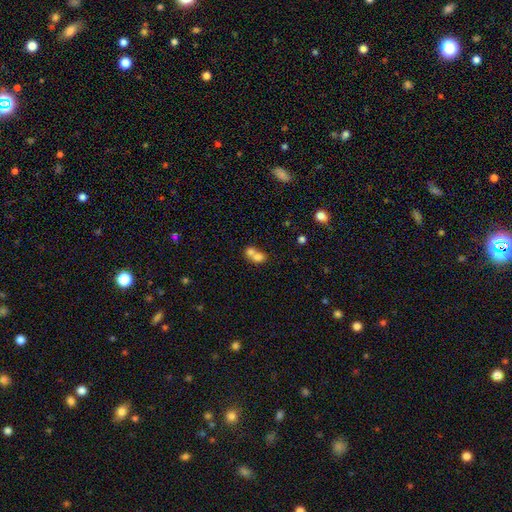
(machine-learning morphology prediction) The model was most divided on "how rounded": round: 54%, in between: 45%, cigar-shaped: 1%. More confident: smooth or featured — smooth (72%); merging — merger (70%).